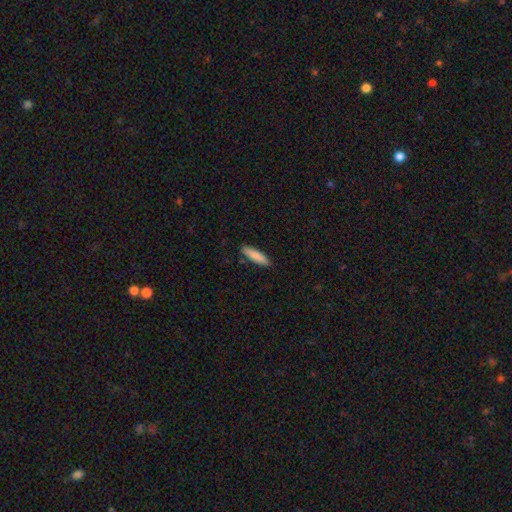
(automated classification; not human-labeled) Smooth or featured? Predicted: smooth (p=0.86). How rounded? Predicted: cigar-shaped (p=0.72). Merging? Predicted: none (p=0.88).